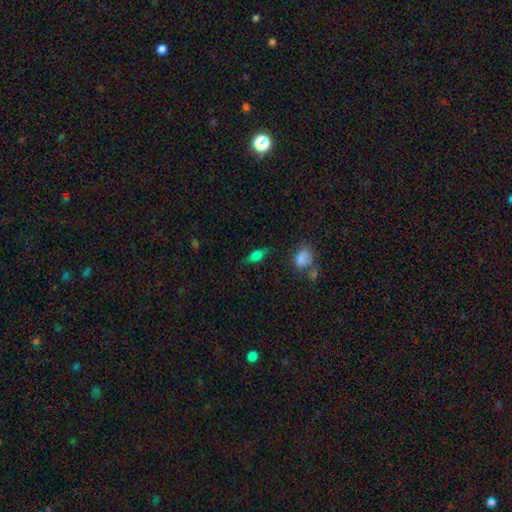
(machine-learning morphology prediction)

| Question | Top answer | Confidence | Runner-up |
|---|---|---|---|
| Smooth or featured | smooth | 63% | featured or disk (24%) |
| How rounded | in between | 70% | cigar-shaped (21%) |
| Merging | none | 73% | minor disturbance (17%) |